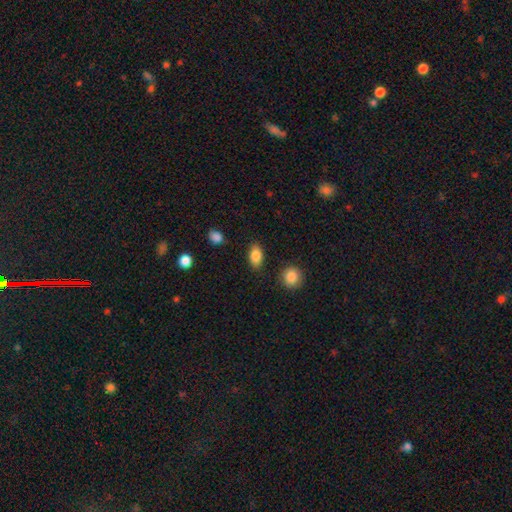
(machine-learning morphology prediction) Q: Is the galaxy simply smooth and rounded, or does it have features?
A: smooth — 86%.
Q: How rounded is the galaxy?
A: in between — 87%.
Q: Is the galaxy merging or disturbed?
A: none — 84%.